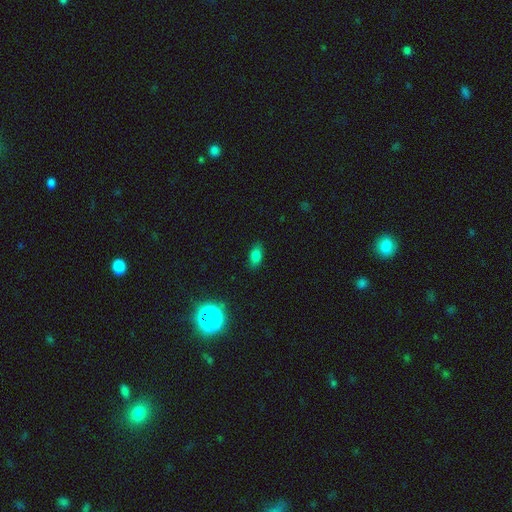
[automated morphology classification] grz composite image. It shows a smooth galaxy with no disk features (77%) that is in between round and cigar-shaped (86%). Merging: none (83%).